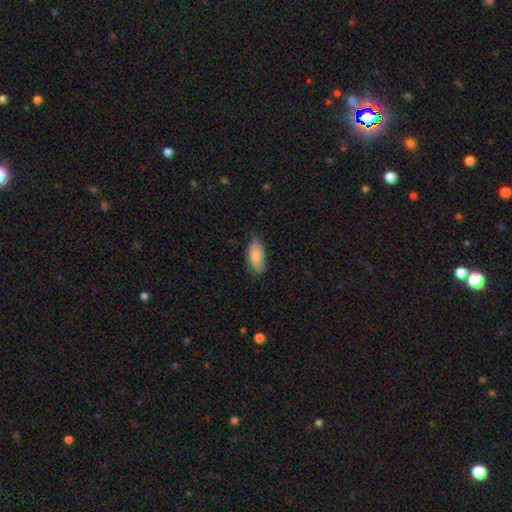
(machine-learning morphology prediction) A smooth galaxy with no disk features (76%) that is in between round and cigar-shaped (89%).

Vote fractions:
- Smooth or featured? smooth: 76% / featured or disk: 17% / star or artifact: 6%
- How rounded? in between: 89% / cigar-shaped: 8% / round: 3%
- Merging? none: 65% / minor disturbance: 29% / major disturbance: 5% / merger: 1%